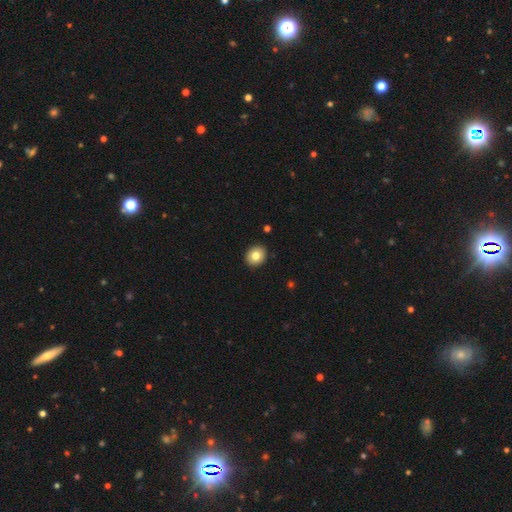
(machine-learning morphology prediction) smooth_or_featured: smooth (p=0.80) [alt: featured or disk p=0.11]
how_rounded: round (p=0.72) [alt: in between p=0.28]
merging: none (p=0.92) [alt: minor disturbance p=0.06]